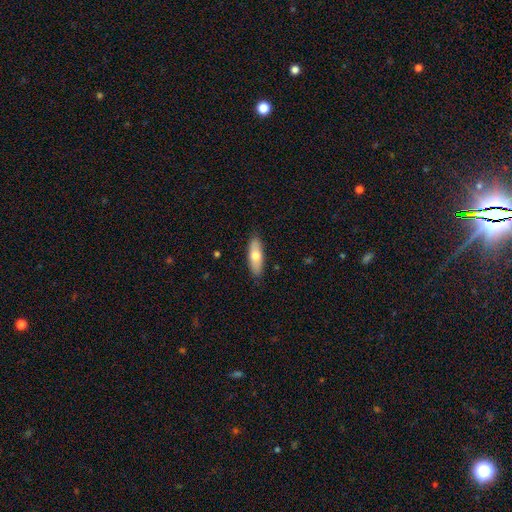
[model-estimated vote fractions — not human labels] Overall: smooth (66%; featured or disk 28%). How rounded: in between (60%; cigar-shaped 37%). Merging: none (87%).